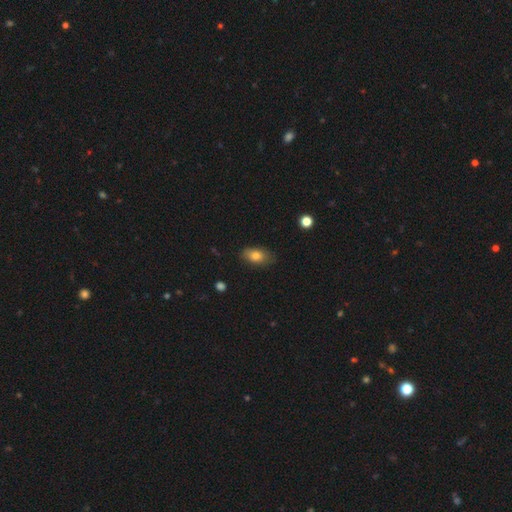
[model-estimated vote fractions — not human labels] Smooth or featured?
  - smooth: 79% *
  - featured or disk: 13%
  - star or artifact: 9%
How rounded?
  - in between: 88% *
  - round: 9%
  - cigar-shaped: 3%
Merging?
  - none: 79% *
  - minor disturbance: 17%
  - major disturbance: 3%
  - merger: 1%